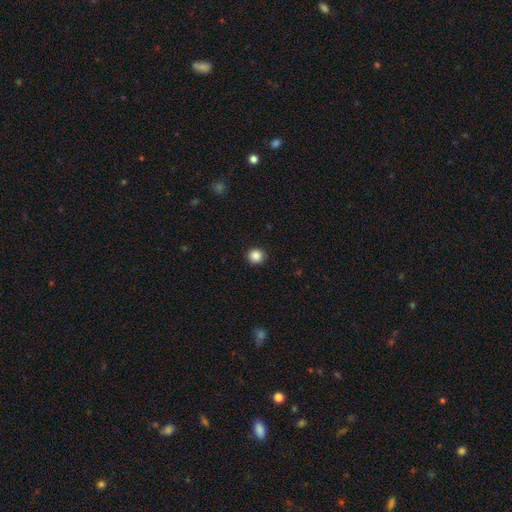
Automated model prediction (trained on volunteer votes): Smooth or featured? smooth (87%)
How rounded? round (94%)
Merging? none (93%)